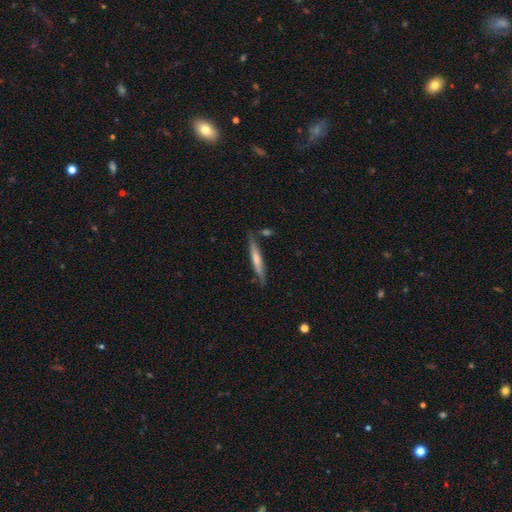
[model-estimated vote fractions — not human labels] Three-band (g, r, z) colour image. It shows a featured or disk galaxy (57%) viewed edge-on (95%) with a rounded central bulge (57%). Merging: none (83%).